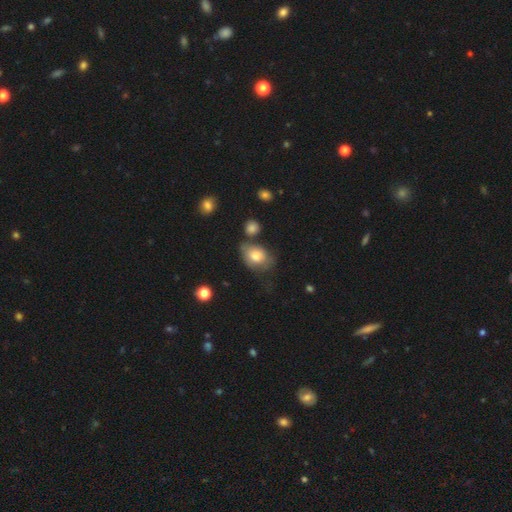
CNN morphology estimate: The model was most divided on "merging": none: 42%, minor disturbance: 29%, major disturbance: 16%, merger: 13%. More confident: smooth or featured — smooth (75%); how rounded — in between (70%).